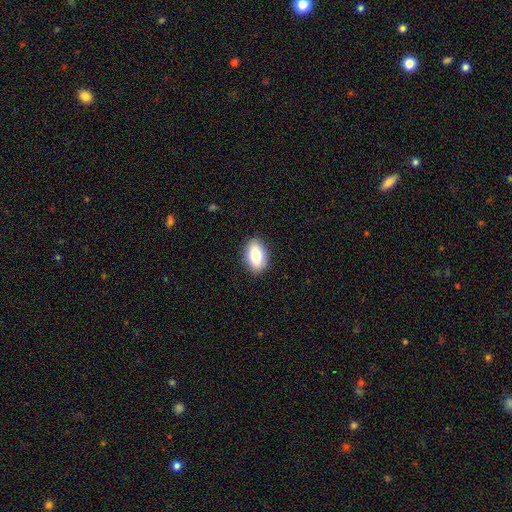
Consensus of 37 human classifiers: A smooth galaxy with no disk features (70%) that is in between round and cigar-shaped (85%). Merging: none (85%).